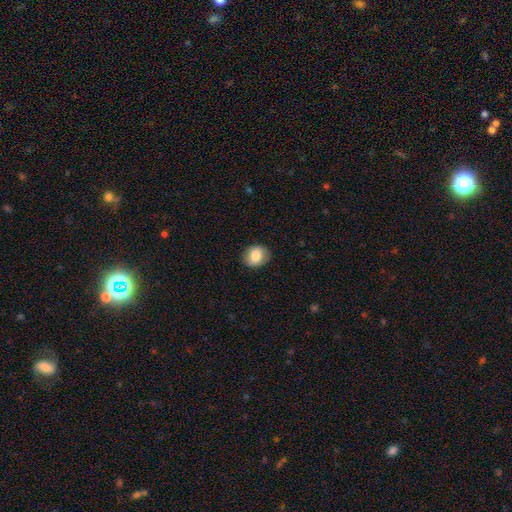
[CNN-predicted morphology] This appears to be a smooth galaxy with no disk features (81%) that is round (57%). Merging: none (85%).